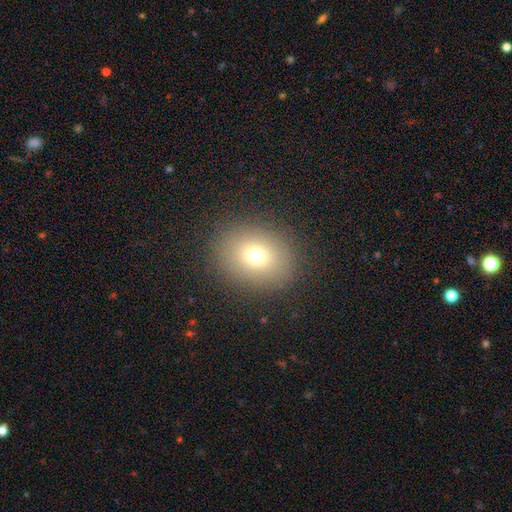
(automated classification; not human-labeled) Smooth or featured? smooth (74%)
How rounded? round (57%)
Merging? none (88%)